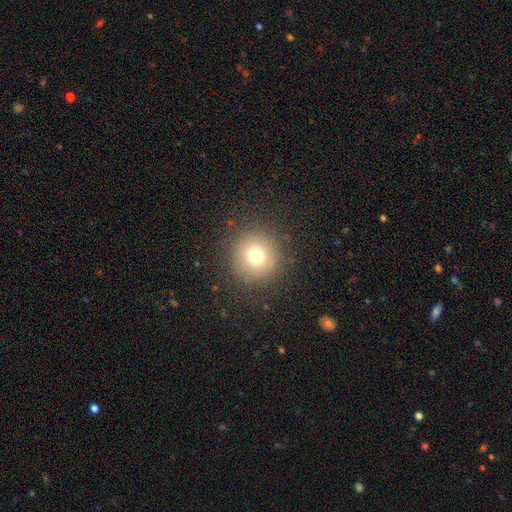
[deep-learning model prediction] The model was most divided on "smooth or featured": smooth: 75%, star or artifact: 14%, featured or disk: 11%. More confident: how rounded — round (94%); merging — none (88%).